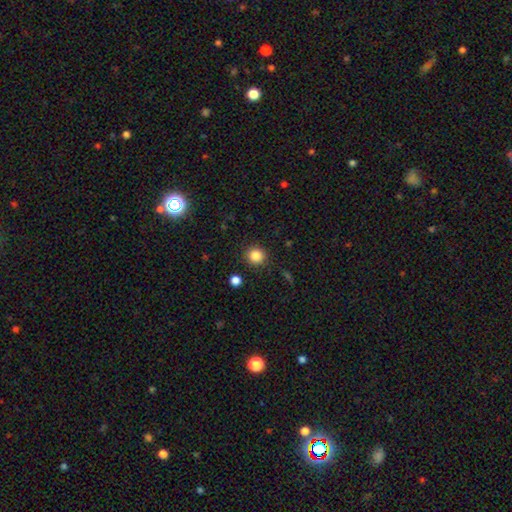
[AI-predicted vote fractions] A smooth galaxy with no disk features (85%) that is round (92%). Merging: none (89%).